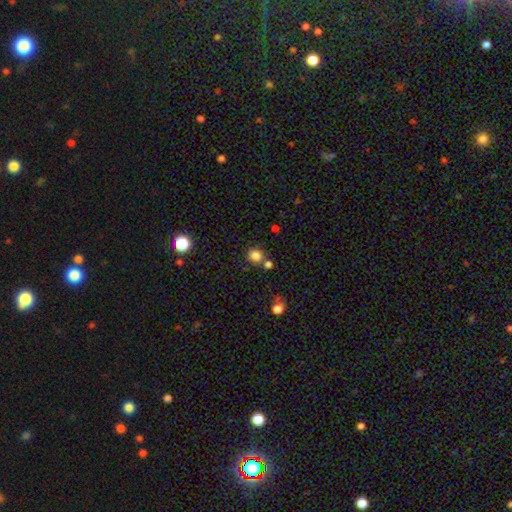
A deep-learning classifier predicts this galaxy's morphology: Overall: smooth (83%). How rounded: round (88%). Merging: none (74%).